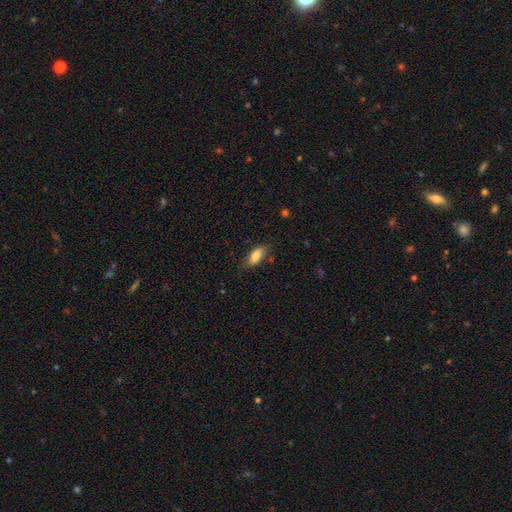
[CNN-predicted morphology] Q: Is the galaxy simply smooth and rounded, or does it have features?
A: smooth — 83%.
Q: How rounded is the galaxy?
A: in between — 86%.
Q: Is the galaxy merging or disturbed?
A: none — 75%.